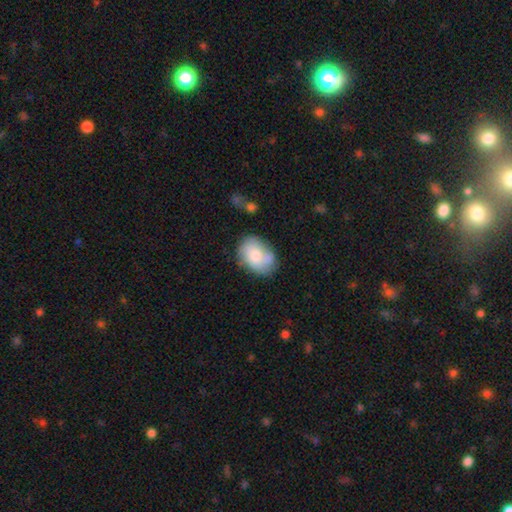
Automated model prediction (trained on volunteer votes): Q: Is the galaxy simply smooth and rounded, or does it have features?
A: smooth — 66%.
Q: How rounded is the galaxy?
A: in between — 74%.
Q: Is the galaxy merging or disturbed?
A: none — 59%.